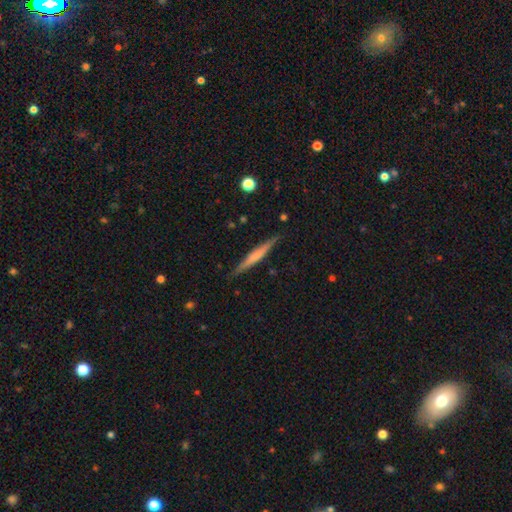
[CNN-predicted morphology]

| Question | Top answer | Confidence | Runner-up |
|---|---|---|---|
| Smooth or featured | featured or disk | 48% | smooth (47%) |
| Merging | none | 88% | minor disturbance (9%) |